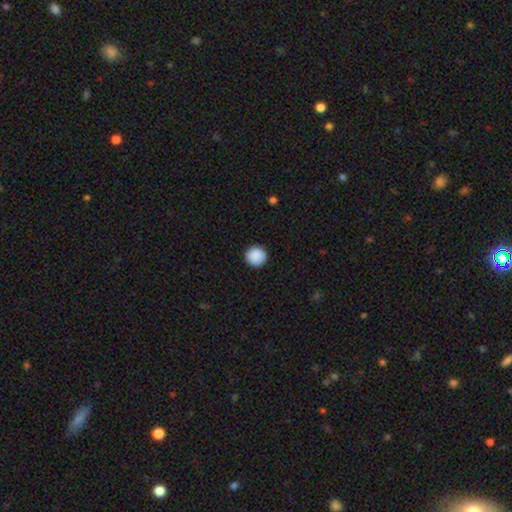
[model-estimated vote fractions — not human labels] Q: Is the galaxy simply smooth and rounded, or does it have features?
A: smooth — 90%.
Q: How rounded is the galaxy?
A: round — 95%.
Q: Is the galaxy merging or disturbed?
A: none — 93%.